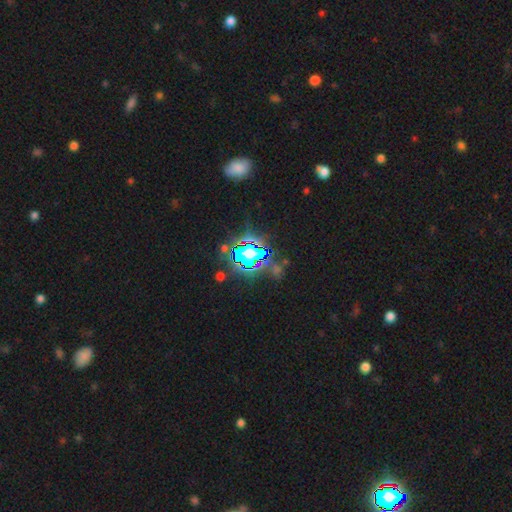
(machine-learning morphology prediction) smooth-or-featured: star or artifact: 80% | smooth: 12% | featured or disk: 8%